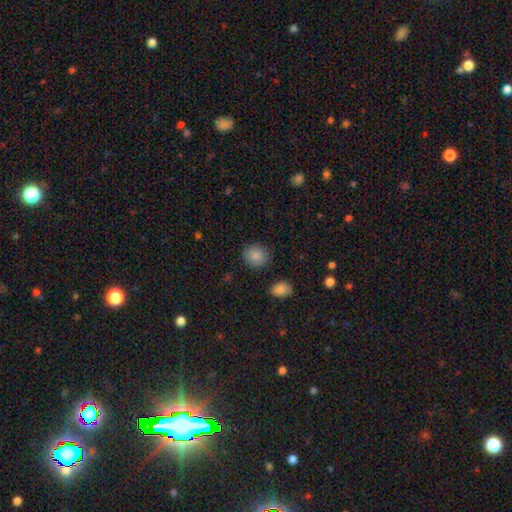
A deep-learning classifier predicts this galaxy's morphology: smooth_or_featured: smooth (p=0.87) [alt: star or artifact p=0.09]
how_rounded: round (p=0.83) [alt: in between p=0.16]
merging: none (p=0.87) [alt: minor disturbance p=0.08]